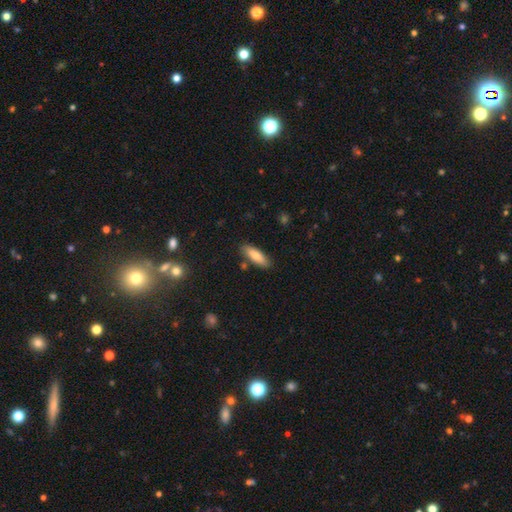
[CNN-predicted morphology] A smooth galaxy with no disk features (77%) that is in between round and cigar-shaped (53%).

Vote fractions:
- Smooth or featured? smooth: 77% / featured or disk: 17% / star or artifact: 6%
- How rounded? in between: 53% / cigar-shaped: 45% / round: 2%
- Merging? none: 83% / minor disturbance: 11% / merger: 4% / major disturbance: 2%